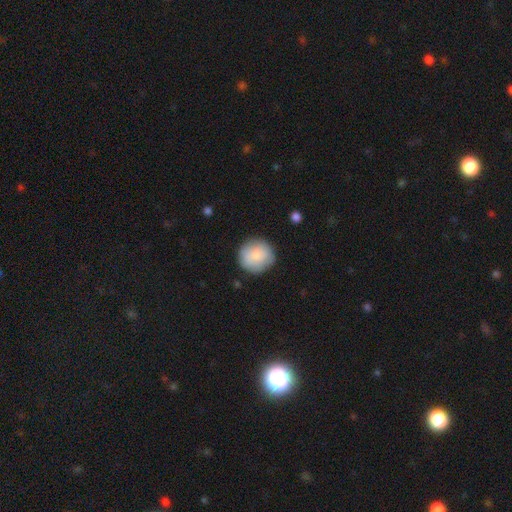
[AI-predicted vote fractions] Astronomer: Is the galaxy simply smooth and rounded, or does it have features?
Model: smooth — 83%.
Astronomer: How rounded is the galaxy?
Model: round — 93%.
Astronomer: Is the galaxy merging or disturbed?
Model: none — 84%.